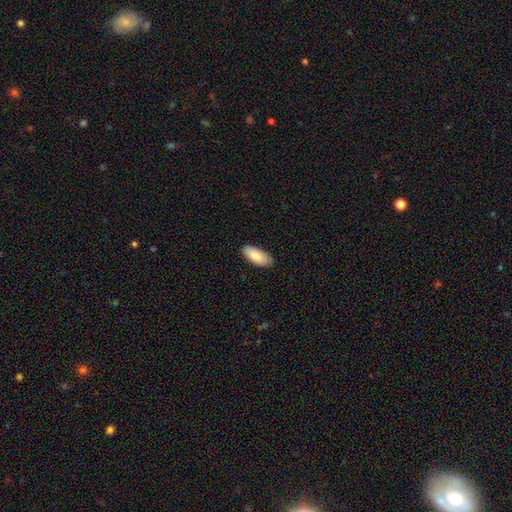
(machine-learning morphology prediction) Smooth or featured? smooth (88%)
How rounded? in between (87%)
Merging? none (85%)